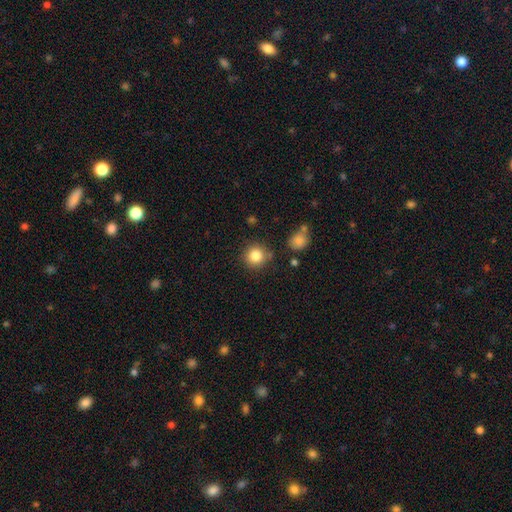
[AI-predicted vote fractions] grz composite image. It shows a smooth galaxy with no disk features (84%) that is round (92%). Merging: none (82%).